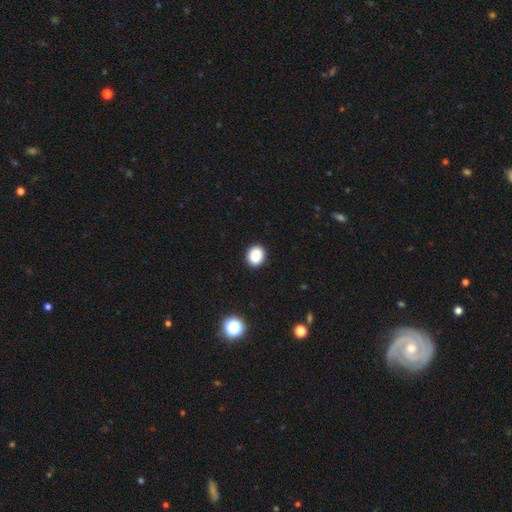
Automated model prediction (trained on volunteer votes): A smooth galaxy with no disk features (87%) that is round (55%). Merging: none (91%).